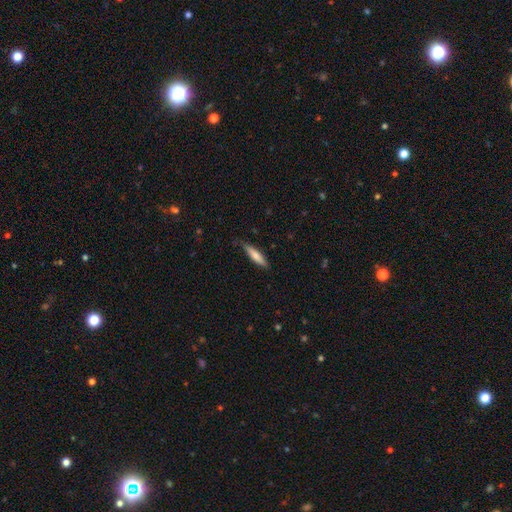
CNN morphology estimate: This appears to be a smooth galaxy with no disk features (69%) that is cigar-shaped (81%). Merging: none (78%).